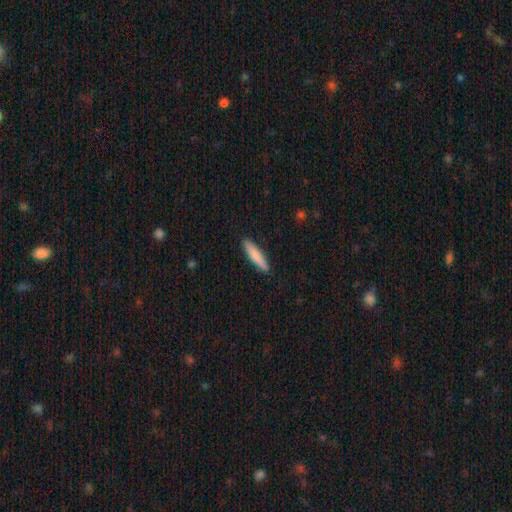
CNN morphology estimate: smooth_or_featured: smooth (p=0.82) [alt: featured or disk p=0.13]
how_rounded: cigar-shaped (p=0.82) [alt: in between p=0.16]
merging: none (p=0.90) [alt: minor disturbance p=0.07]